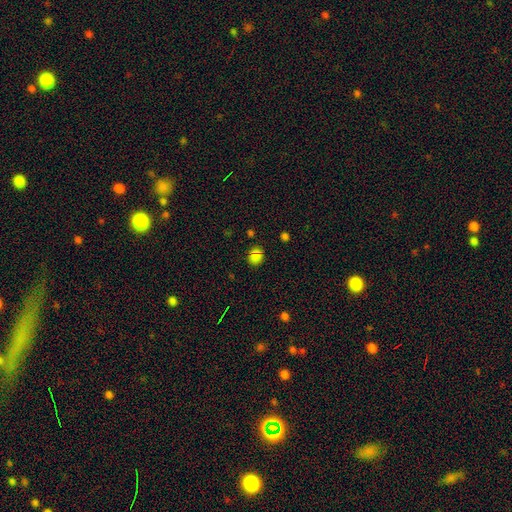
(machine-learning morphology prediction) Smooth or featured? smooth (74%)
How rounded? round (65%)
Merging? none (77%)